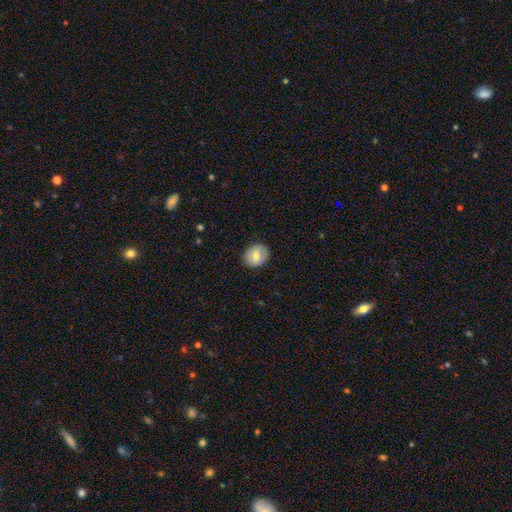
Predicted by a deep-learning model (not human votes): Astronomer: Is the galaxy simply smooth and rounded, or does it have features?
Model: smooth — 74%.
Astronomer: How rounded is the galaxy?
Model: round — 55% (runner-up: in between, 44%).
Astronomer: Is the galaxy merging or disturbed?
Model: none — 88%.